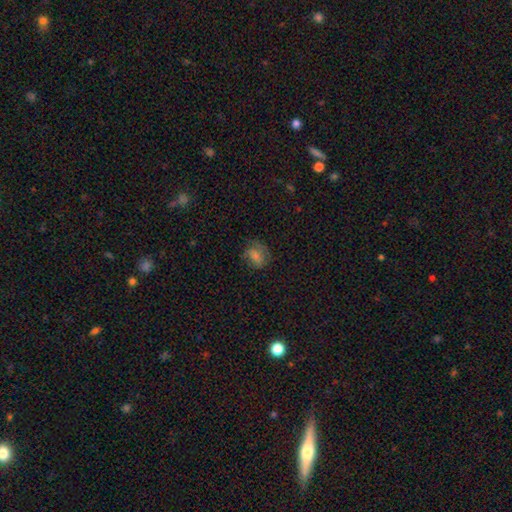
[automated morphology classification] Smooth or featured?
  - smooth: 51% *
  - featured or disk: 30%
  - star or artifact: 19%
How rounded?
  - round: 52% *
  - in between: 46%
  - cigar-shaped: 2%
Merging?
  - none: 67% *
  - minor disturbance: 21%
  - major disturbance: 11%
  - merger: 2%